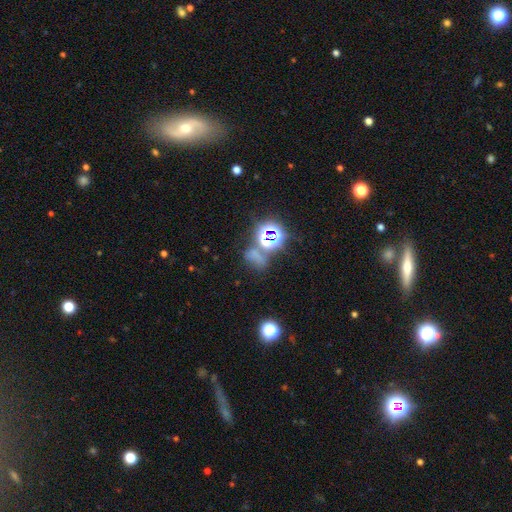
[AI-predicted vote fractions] Smooth or featured? Predicted: star or artifact (p=0.53).